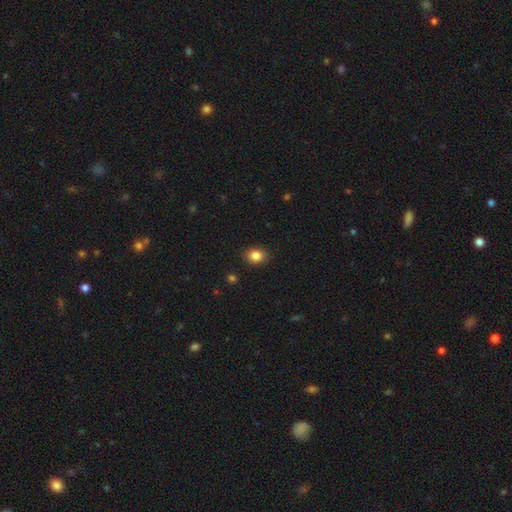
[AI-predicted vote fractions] smooth 85%, star or artifact 10%, featured or disk 5%. Down the decision tree: how rounded — in between (52%); merging — none (89%).